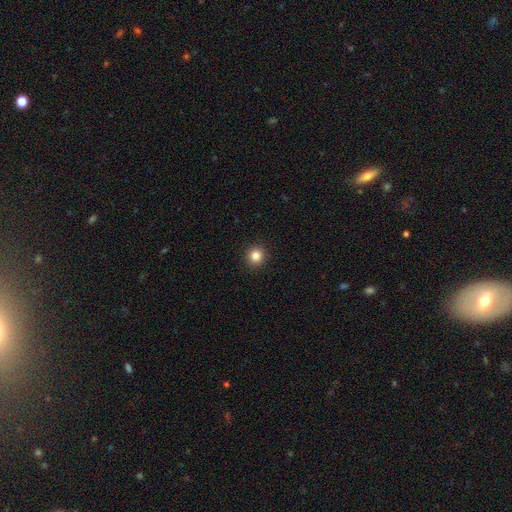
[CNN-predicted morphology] Smooth or featured? smooth (85%)
How rounded? round (93%)
Merging? none (93%)